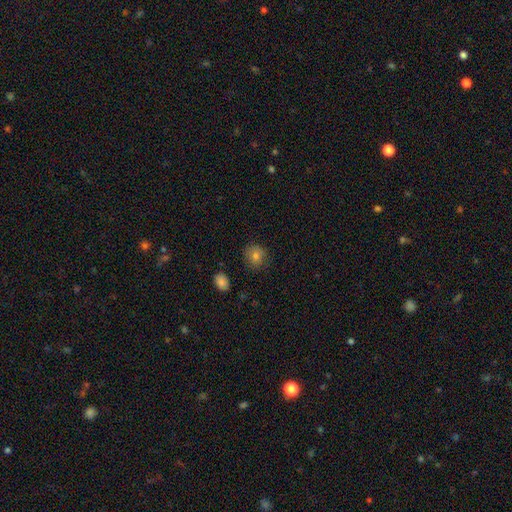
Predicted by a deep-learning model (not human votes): The model was most divided on "smooth or featured": smooth: 79%, star or artifact: 12%, featured or disk: 9%. More confident: how rounded — round (85%); merging — none (84%).